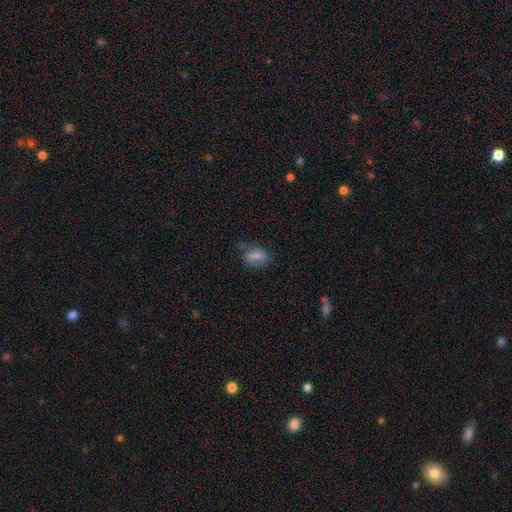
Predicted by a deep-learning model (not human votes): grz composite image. It shows a smooth galaxy with no disk features (74%) that is in between round and cigar-shaped (82%). Merging: none (52%).